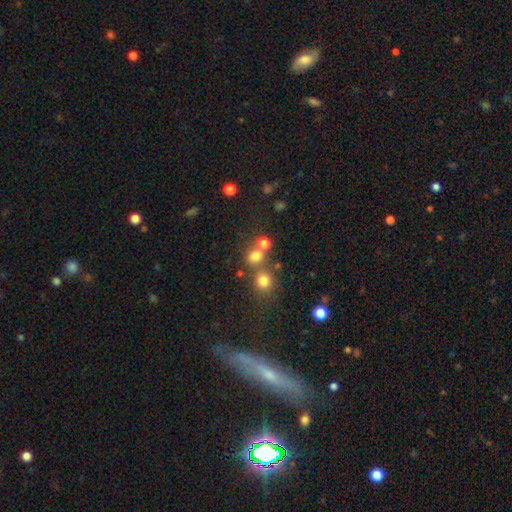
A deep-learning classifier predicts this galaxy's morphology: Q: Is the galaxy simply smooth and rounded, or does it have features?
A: smooth — 74%.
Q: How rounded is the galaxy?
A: round — 75%.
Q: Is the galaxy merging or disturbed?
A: none — 55%.